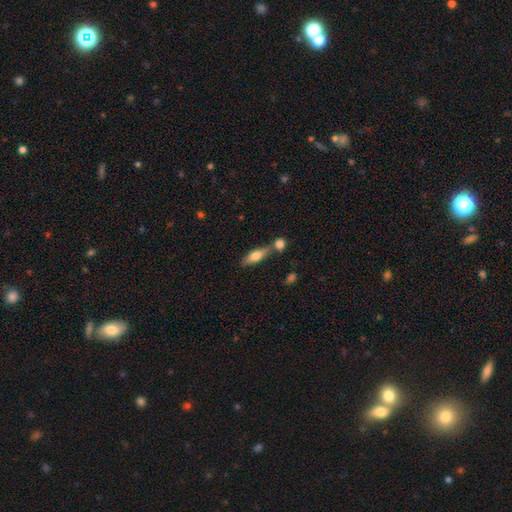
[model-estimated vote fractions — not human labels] smooth-or-featured: smooth: 66% | featured or disk: 27% | star or artifact: 6%
  how-rounded: in between: 52% | cigar-shaped: 45% | round: 3%
  merging: none: 58% | merger: 26% | minor disturbance: 12% | major disturbance: 4%